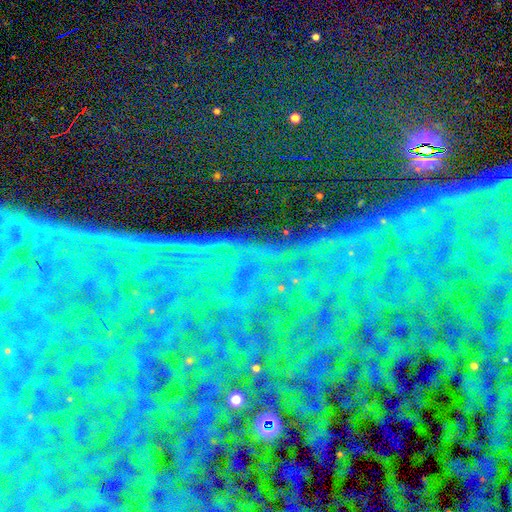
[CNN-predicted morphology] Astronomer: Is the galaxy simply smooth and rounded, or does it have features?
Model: star or artifact — 86%.